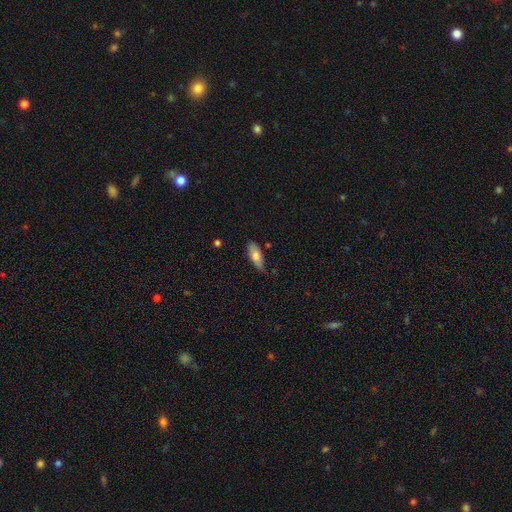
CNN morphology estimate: Smooth or featured? smooth (73%)
How rounded? in between (72%)
Merging? none (80%)